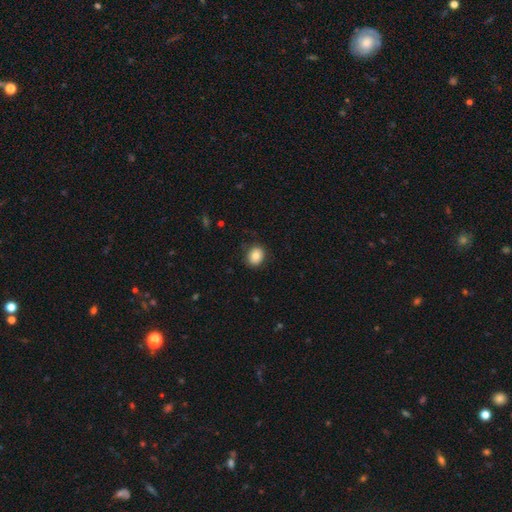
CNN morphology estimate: A smooth galaxy with no disk features (84%) that is round (55%).

Vote fractions:
- Smooth or featured? smooth: 84% / star or artifact: 9% / featured or disk: 7%
- How rounded? round: 55% / in between: 44% / cigar-shaped: 1%
- Merging? none: 85% / minor disturbance: 11% / major disturbance: 3% / merger: 1%